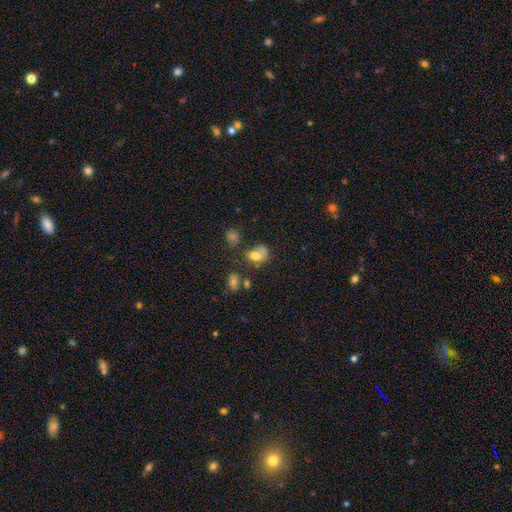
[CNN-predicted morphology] This is likely a smooth galaxy (72%). How rounded: likely in between (63%). Merging: marginally none (37%).